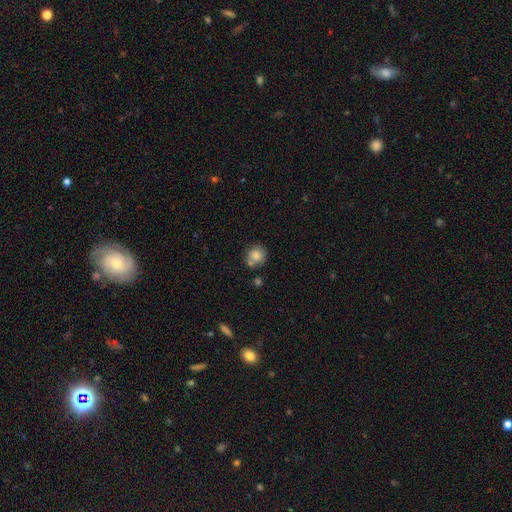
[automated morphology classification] This appears to be a smooth galaxy with no disk features (80%) that is round (84%). Merging: none (65%).